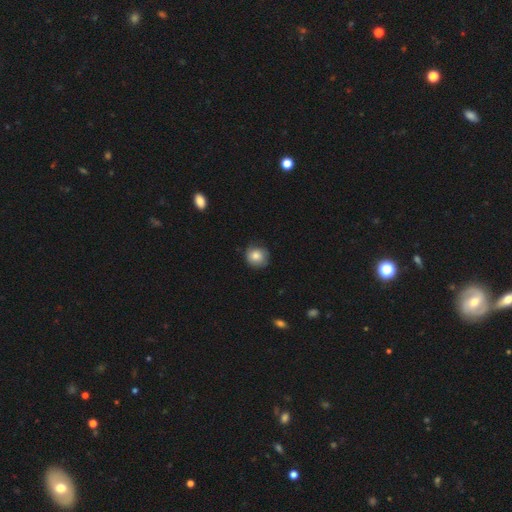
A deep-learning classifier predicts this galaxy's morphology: This is likely a smooth galaxy (78%). How rounded: clearly round (89%). Merging: likely none (75%).